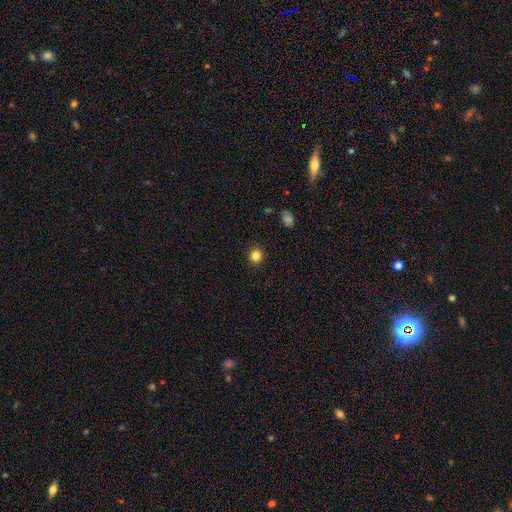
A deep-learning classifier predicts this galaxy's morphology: smooth_or_featured: smooth (p=0.84) [alt: star or artifact p=0.12]
how_rounded: round (p=0.83) [alt: in between p=0.16]
merging: none (p=0.91) [alt: minor disturbance p=0.06]